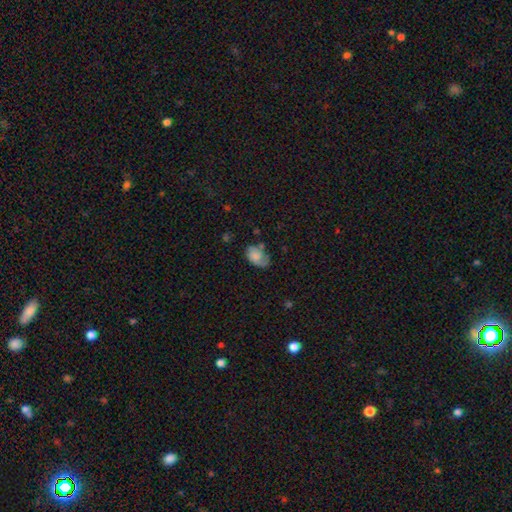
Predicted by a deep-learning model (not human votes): Overall: smooth (68%). How rounded: in between (84%). Merging: none (44%; minor disturbance 34%).